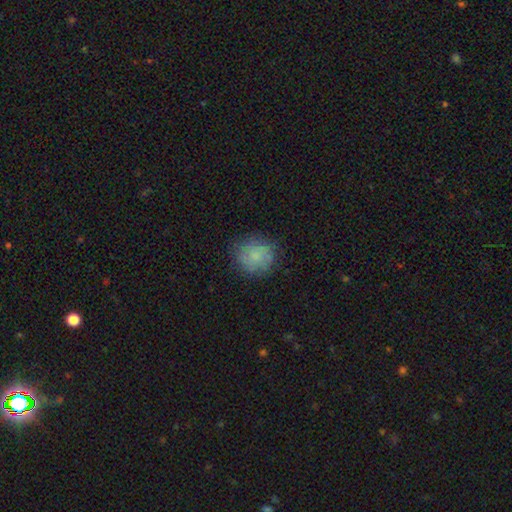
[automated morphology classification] smooth 67%, featured or disk 24%, star or artifact 9%. Down the decision tree: how rounded — round (89%); merging — none (79%).